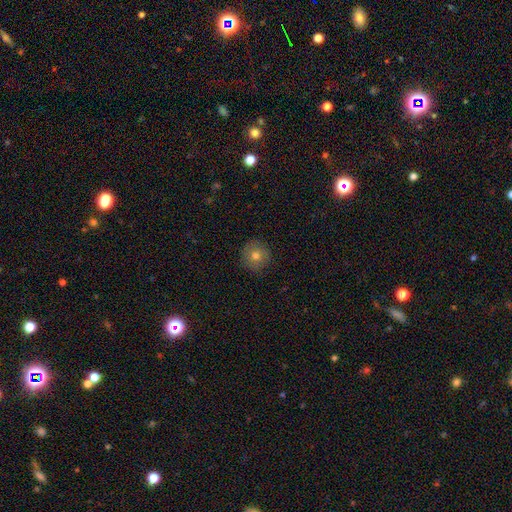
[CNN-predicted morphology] This is likely a smooth galaxy (75%). How rounded: clearly round (95%). Merging: clearly none (89%).